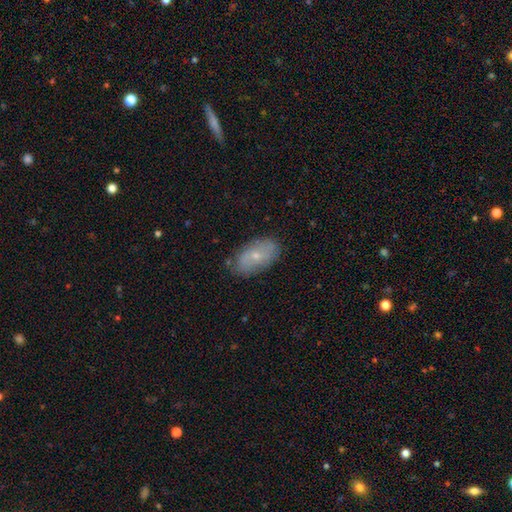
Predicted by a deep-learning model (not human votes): smooth-or-featured: smooth: 51% | featured or disk: 41% | star or artifact: 8%
  how-rounded: in between: 91% | round: 5% | cigar-shaped: 3%
  merging: none: 80% | minor disturbance: 15% | major disturbance: 3% | merger: 1%